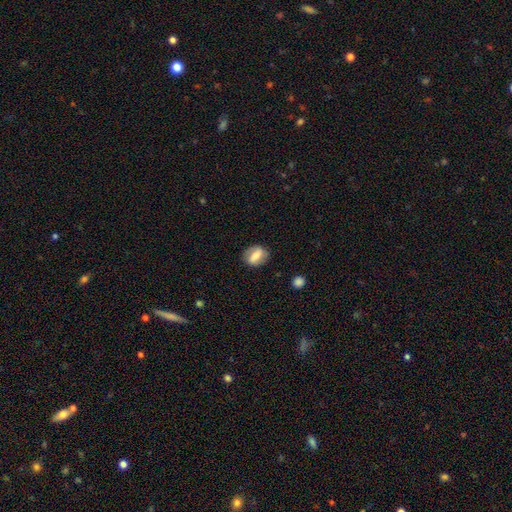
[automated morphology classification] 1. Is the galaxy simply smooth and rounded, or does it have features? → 55% smooth, 38% featured or disk, 8% star or artifact.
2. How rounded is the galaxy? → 60% in between, 36% round, 3% cigar-shaped.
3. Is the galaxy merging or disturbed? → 82% none, 13% minor disturbance, 4% major disturbance, 1% merger.